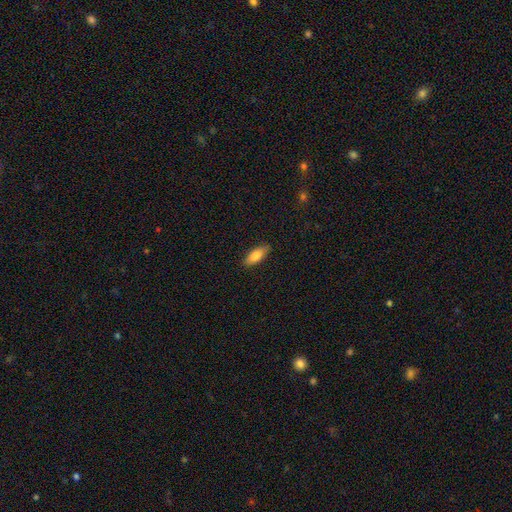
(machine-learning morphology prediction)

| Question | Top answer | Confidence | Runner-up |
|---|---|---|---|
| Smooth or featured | smooth | 84% | featured or disk (10%) |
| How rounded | in between | 72% | cigar-shaped (26%) |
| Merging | none | 86% | minor disturbance (10%) |